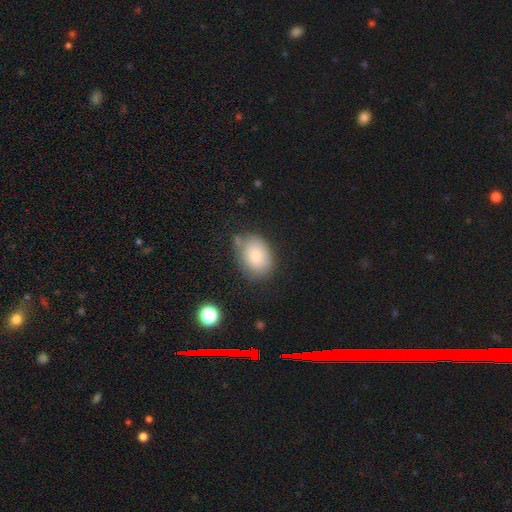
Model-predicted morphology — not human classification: Smooth or featured? Predicted: smooth (p=0.80). How rounded? Predicted: in between (p=0.70). Merging? Predicted: none (p=0.63).